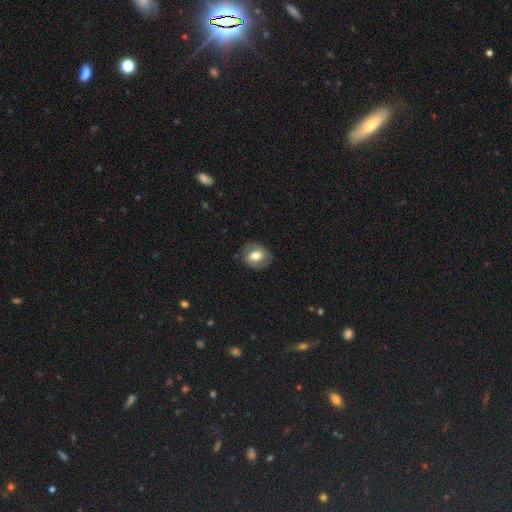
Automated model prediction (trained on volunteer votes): A smooth galaxy with no disk features (57%) that is round (52%).

Vote fractions:
- Smooth or featured? smooth: 57% / featured or disk: 35% / star or artifact: 8%
- How rounded? round: 52% / in between: 47% / cigar-shaped: 1%
- Merging? none: 81% / minor disturbance: 14% / major disturbance: 5% / merger: 1%